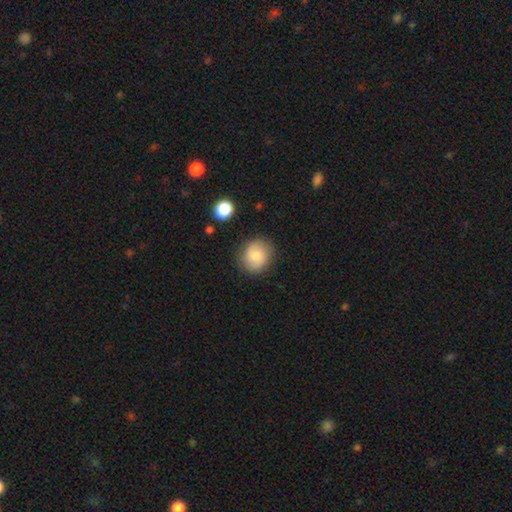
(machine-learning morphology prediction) Smooth or featured?
  - smooth: 70% *
  - featured or disk: 22%
  - star or artifact: 8%
How rounded?
  - round: 75% *
  - in between: 24%
  - cigar-shaped: 1%
Merging?
  - none: 83% *
  - minor disturbance: 12%
  - major disturbance: 3%
  - merger: 2%